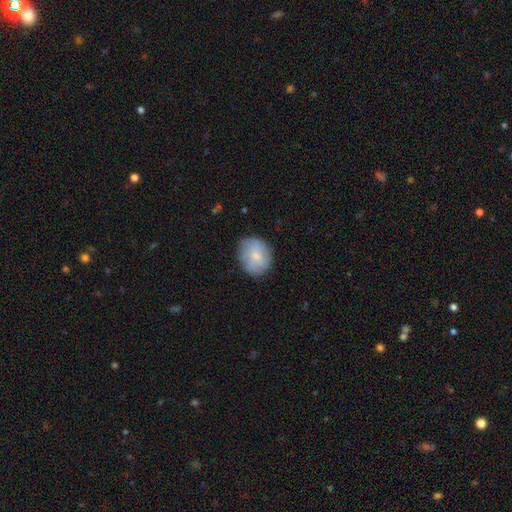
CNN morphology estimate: Smooth or featured? smooth (73%)
How rounded? round (64%)
Merging? none (73%)